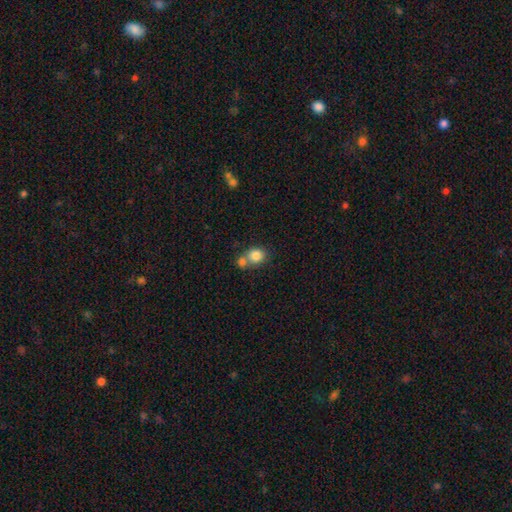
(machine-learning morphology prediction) Overall: smooth (82%). How rounded: round (71%). Merging: none (45%; merger 44%).